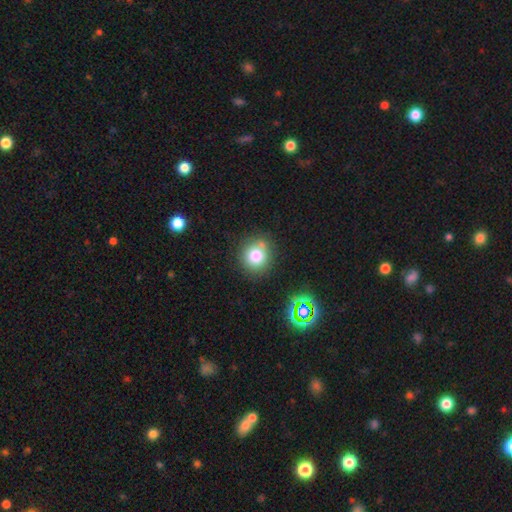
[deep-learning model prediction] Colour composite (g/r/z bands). It shows a smooth galaxy with no disk features (78%) that is round (87%). Merging: none (75%).